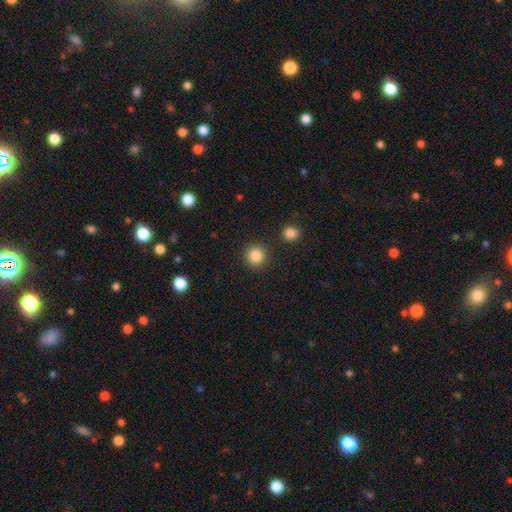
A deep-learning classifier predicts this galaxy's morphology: Overall: smooth (86%). How rounded: round (94%). Merging: none (90%).